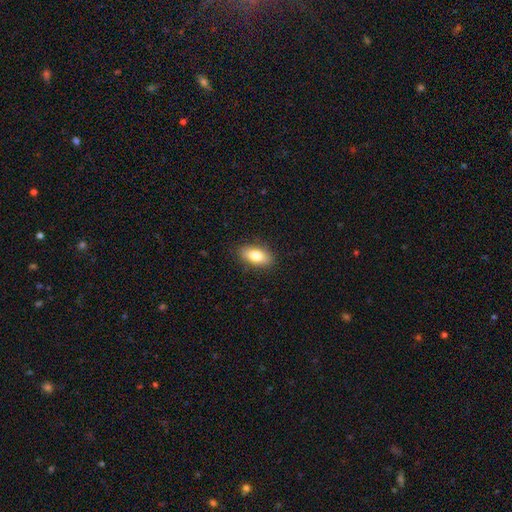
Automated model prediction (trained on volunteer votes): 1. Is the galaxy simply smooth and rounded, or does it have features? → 79% smooth, 14% featured or disk, 7% star or artifact.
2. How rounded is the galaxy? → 88% in between, 7% cigar-shaped, 5% round.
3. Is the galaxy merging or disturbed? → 87% none, 10% minor disturbance, 2% major disturbance, 1% merger.